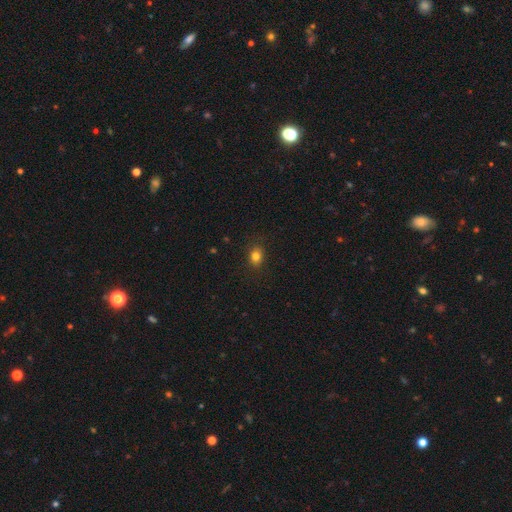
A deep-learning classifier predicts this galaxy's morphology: smooth 82%, star or artifact 12%, featured or disk 6%. Down the decision tree: how rounded — in between (52%); merging — none (87%).